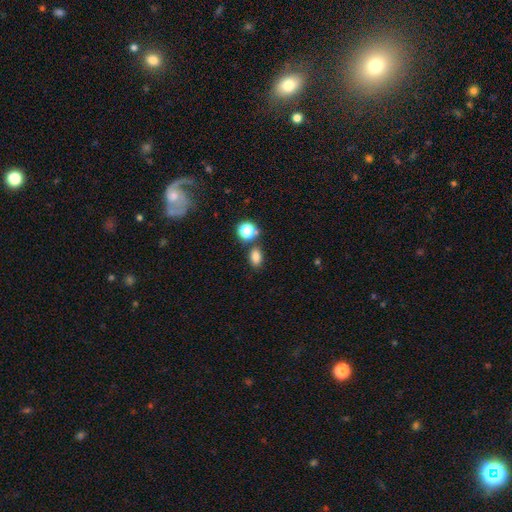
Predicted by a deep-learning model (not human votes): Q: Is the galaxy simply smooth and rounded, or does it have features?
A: smooth — 79%.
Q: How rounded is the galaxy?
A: in between — 74%.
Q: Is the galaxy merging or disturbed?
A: none — 76%.